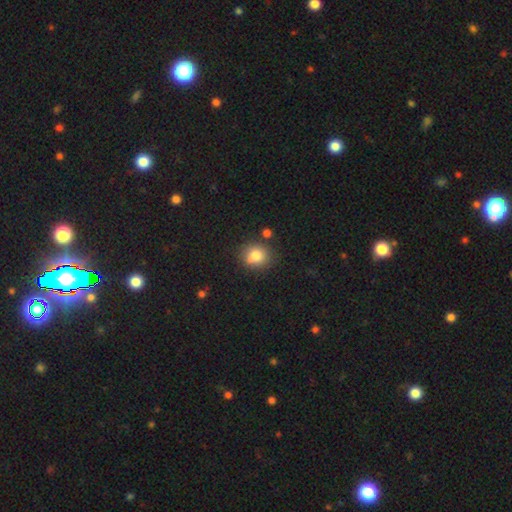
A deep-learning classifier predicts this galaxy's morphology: This appears to be a smooth galaxy with no disk features (80%) that is round (77%). Merging: none (68%).